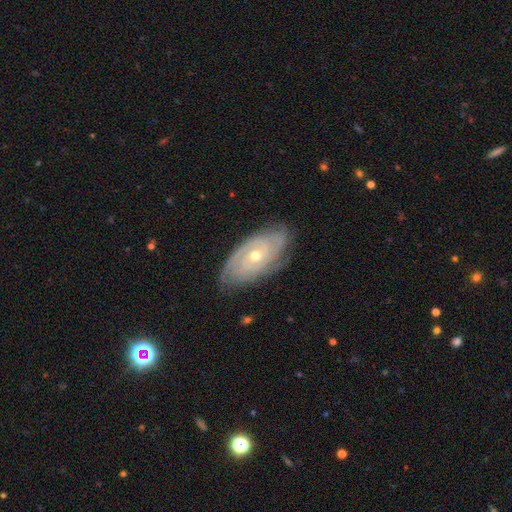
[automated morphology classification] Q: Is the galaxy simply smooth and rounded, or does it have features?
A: featured or disk — 87%.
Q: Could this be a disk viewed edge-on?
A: no — 94%.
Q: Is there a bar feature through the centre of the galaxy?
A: no — 73%.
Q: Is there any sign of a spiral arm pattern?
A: yes — 96%.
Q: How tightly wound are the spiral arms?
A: tight — 76%.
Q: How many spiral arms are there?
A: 2 — 30%.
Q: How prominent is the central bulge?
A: small — 51%.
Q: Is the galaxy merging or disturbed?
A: none — 78%.